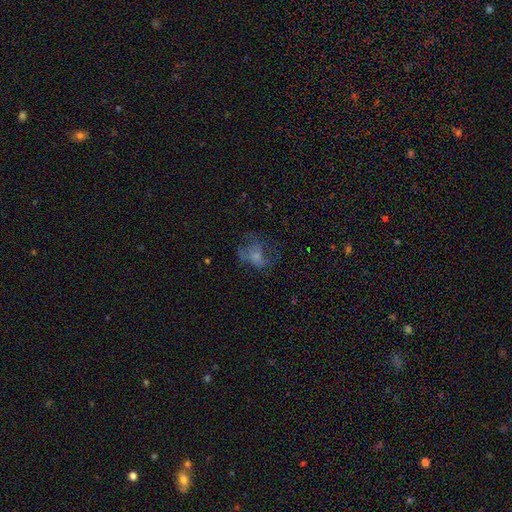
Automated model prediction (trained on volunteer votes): Morphology: type=smooth (42%); merging=none (41%).